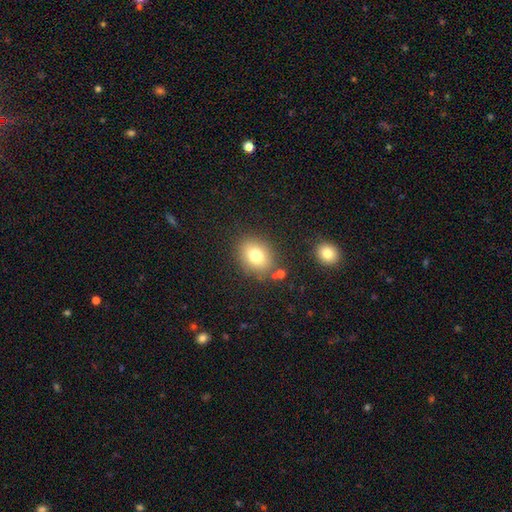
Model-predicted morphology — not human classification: Q: Smooth or featured?
A: smooth (77%); runner-up: featured or disk (12%)
Q: How rounded?
A: in between (53%); runner-up: round (46%)
Q: Merging?
A: none (81%); runner-up: minor disturbance (11%)